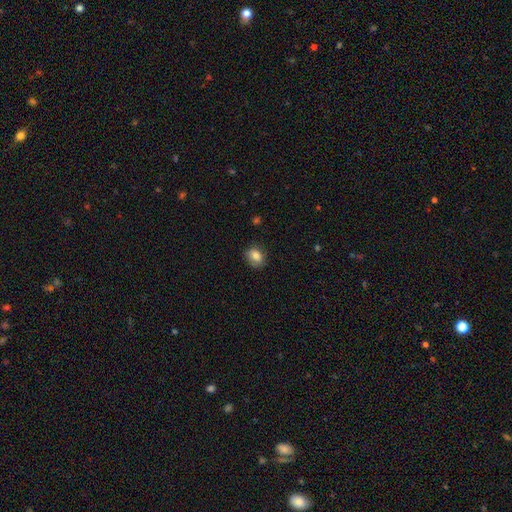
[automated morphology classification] This appears to be a smooth galaxy with no disk features (81%) that is in between round and cigar-shaped (55%). Merging: none (79%).